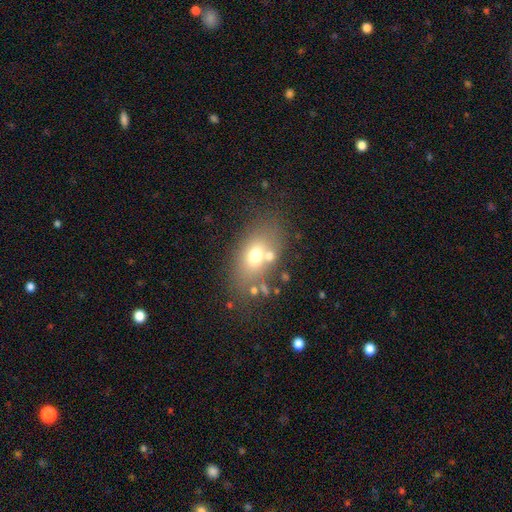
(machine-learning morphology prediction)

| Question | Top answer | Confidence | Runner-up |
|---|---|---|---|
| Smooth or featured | smooth | 64% | featured or disk (22%) |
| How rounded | in between | 76% | round (21%) |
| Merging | none | 62% | merger (17%) |